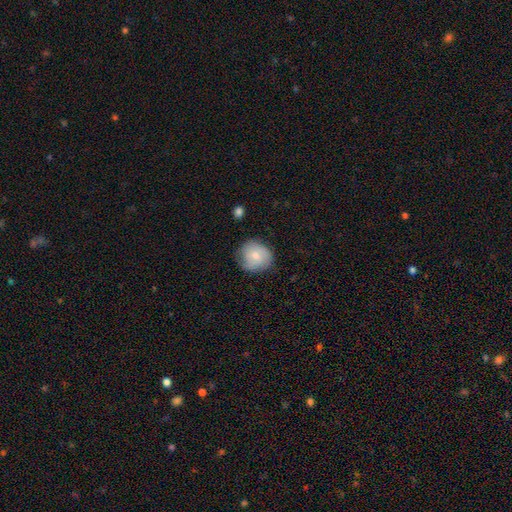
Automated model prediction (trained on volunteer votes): Smooth or featured?
  - smooth: 68% *
  - featured or disk: 25%
  - star or artifact: 7%
How rounded?
  - round: 85% *
  - in between: 14%
  - cigar-shaped: 1%
Merging?
  - none: 72% *
  - minor disturbance: 22%
  - major disturbance: 5%
  - merger: 1%